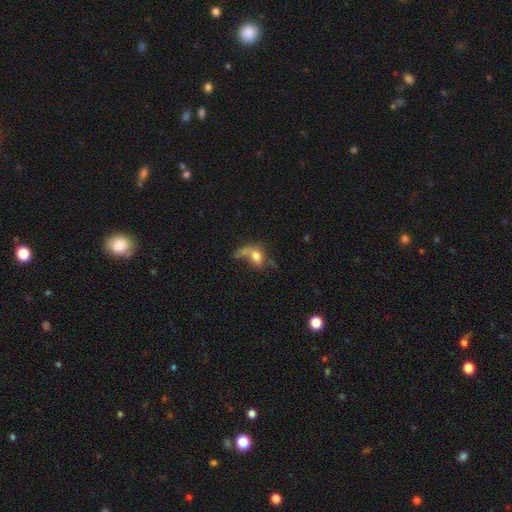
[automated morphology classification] This is likely a smooth galaxy (62%). How rounded: likely in between (75%). Merging: marginally major disturbance (33%).